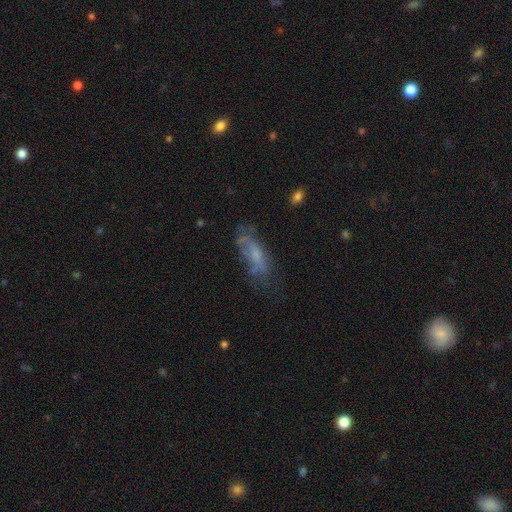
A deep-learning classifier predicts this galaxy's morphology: A smooth galaxy with no disk features (46%).

Vote fractions:
- Smooth or featured? smooth: 46% / featured or disk: 44% / star or artifact: 10%
- Merging? none: 49% / minor disturbance: 27% / major disturbance: 20% / merger: 4%